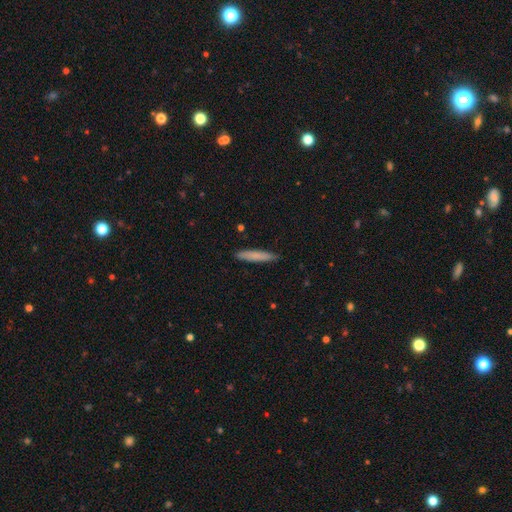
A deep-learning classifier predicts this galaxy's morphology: Smooth or featured: smooth — 78% (featured or disk — 17%)
How rounded: cigar-shaped — 92% (in between — 7%)
Merging: none — 90% (minor disturbance — 8%)